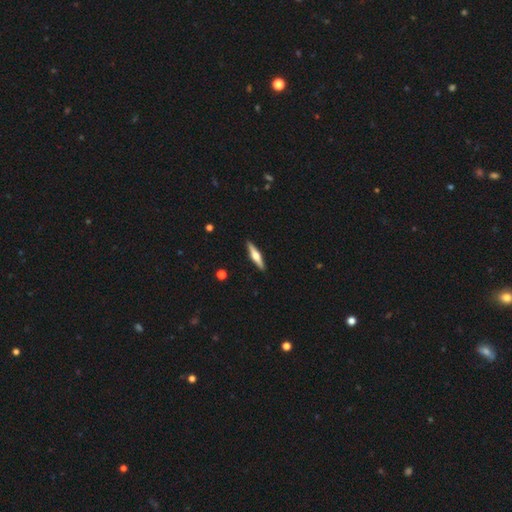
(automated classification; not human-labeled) A featured or disk galaxy (62%) viewed edge-on (97%) with a rounded central bulge (92%). Merging: none (91%).